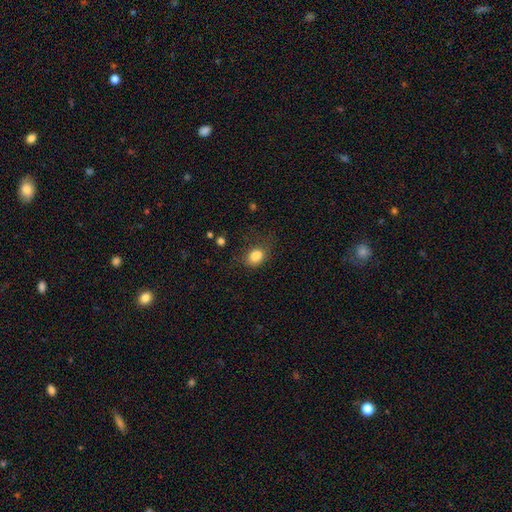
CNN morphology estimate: The model was most divided on "how rounded": in between: 59%, round: 40%, cigar-shaped: 1%. More confident: smooth or featured — smooth (82%); merging — none (54%).